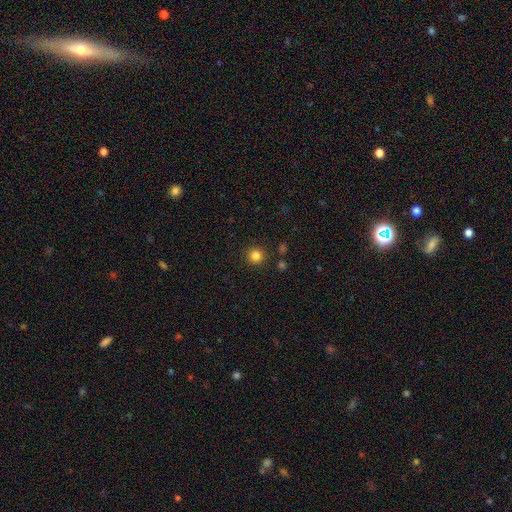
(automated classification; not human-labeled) Smooth or featured? smooth (83%)
How rounded? round (95%)
Merging? none (90%)